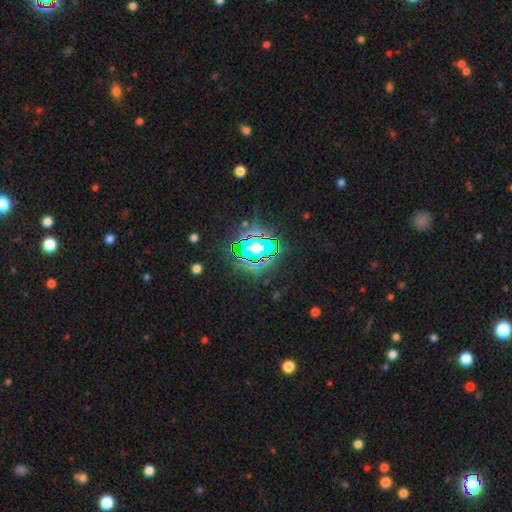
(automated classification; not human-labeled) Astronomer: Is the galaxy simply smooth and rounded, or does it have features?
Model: star or artifact — 82%.